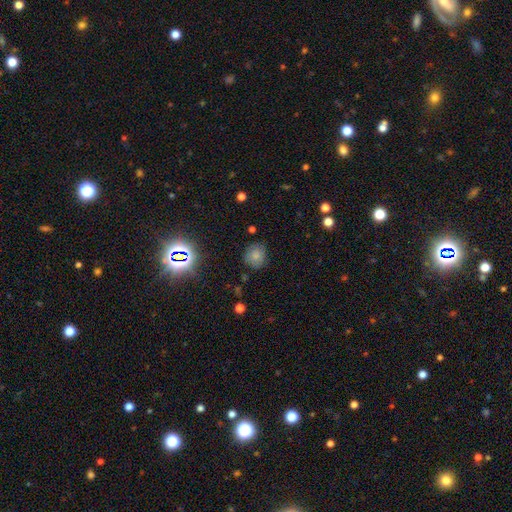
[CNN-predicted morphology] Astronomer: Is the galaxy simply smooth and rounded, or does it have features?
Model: smooth — 74%.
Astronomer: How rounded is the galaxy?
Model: round — 82%.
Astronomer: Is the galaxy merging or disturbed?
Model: none — 79%.